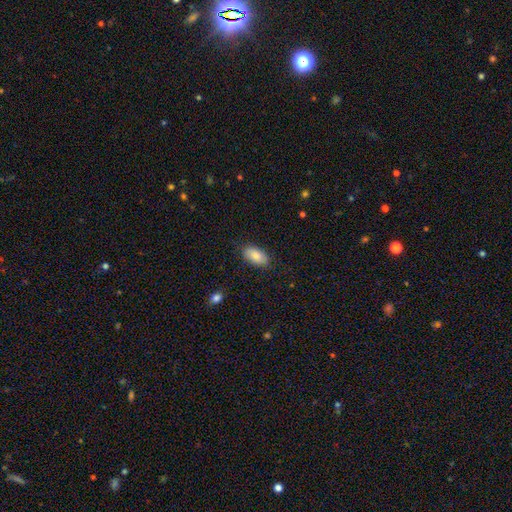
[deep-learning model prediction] Smooth or featured? smooth (84%)
How rounded? in between (94%)
Merging? none (85%)